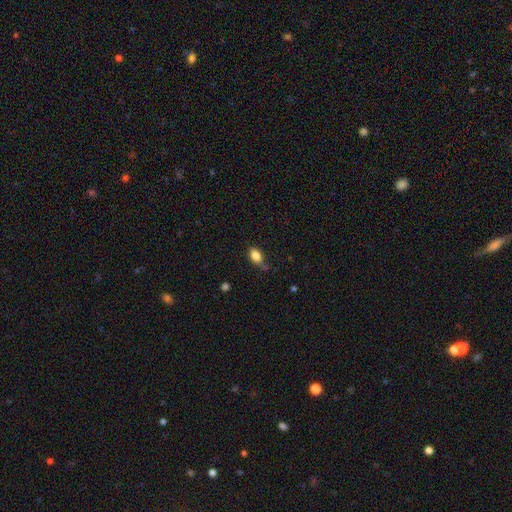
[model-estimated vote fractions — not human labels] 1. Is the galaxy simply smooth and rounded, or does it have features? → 84% smooth, 9% star or artifact, 7% featured or disk.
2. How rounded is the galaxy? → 84% in between, 13% round, 3% cigar-shaped.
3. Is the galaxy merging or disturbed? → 65% none, 25% minor disturbance, 6% major disturbance, 4% merger.